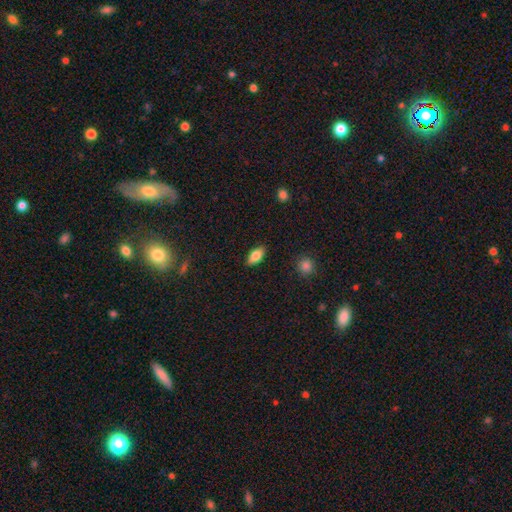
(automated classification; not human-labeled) Morphology: type=smooth (80%); roundness=in between (88%); merging=none (87%).